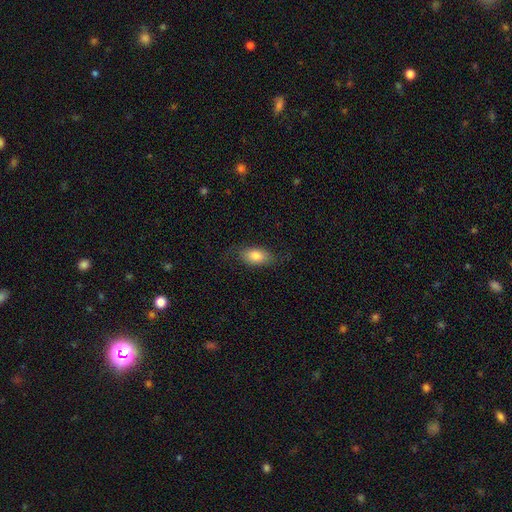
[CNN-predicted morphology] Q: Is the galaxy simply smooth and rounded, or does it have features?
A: smooth — 75%.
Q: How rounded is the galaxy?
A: in between — 88%.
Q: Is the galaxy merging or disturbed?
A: none — 69%.